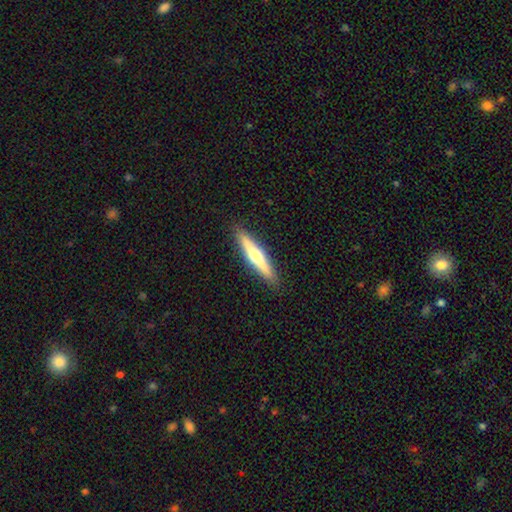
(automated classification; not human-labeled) A featured or disk galaxy (53%) viewed edge-on (95%) with a rounded central bulge (88%). Merging: none (90%).